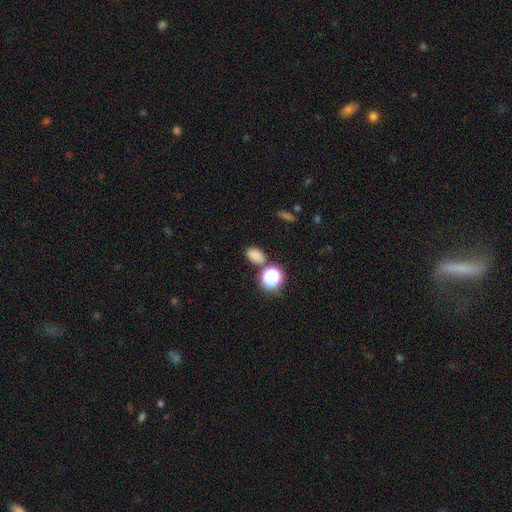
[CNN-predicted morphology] Smooth or featured: smooth — 76% (star or artifact — 18%)
How rounded: in between — 74% (round — 25%)
Merging: none — 72% (minor disturbance — 12%)